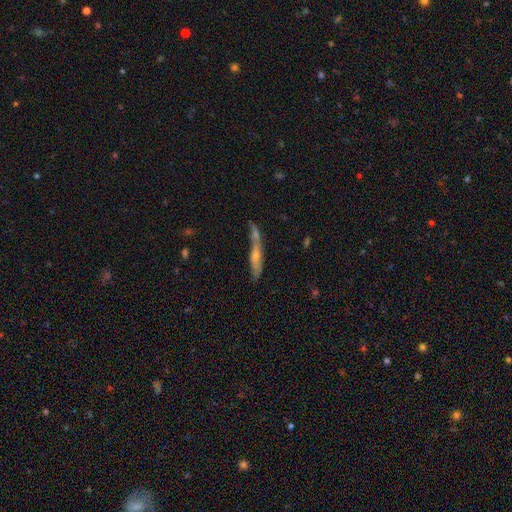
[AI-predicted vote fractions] Smooth or featured? Predicted: featured or disk (p=0.54). Edge-on disk? Predicted: yes (p=0.86). Merging? Predicted: none (p=0.70).